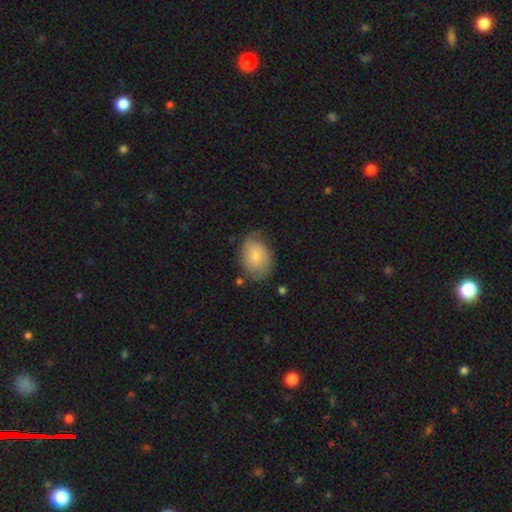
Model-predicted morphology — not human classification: This is likely a smooth galaxy (65%). How rounded: likely in between (65%). Merging: possibly none (57%).